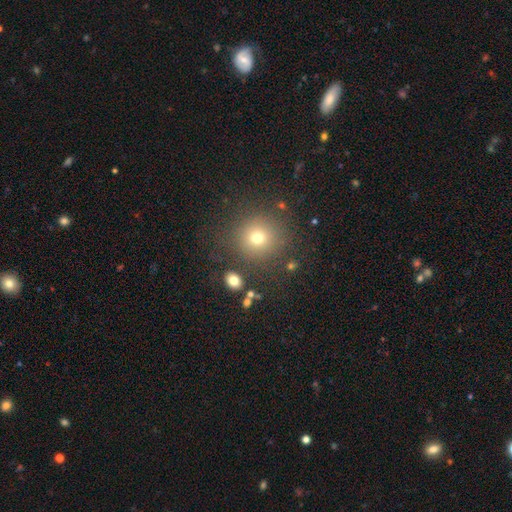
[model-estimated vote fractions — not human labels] This appears to be a smooth galaxy with no disk features (56%) that is round (93%). Merging: none (85%).